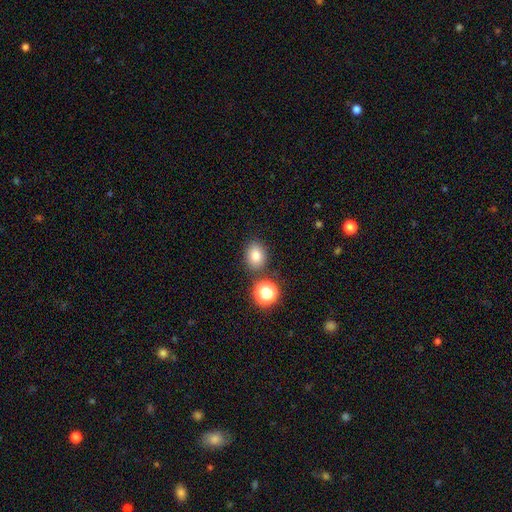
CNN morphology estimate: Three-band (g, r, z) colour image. It shows a smooth galaxy with no disk features (79%) that is round (51%). Merging: none (80%).